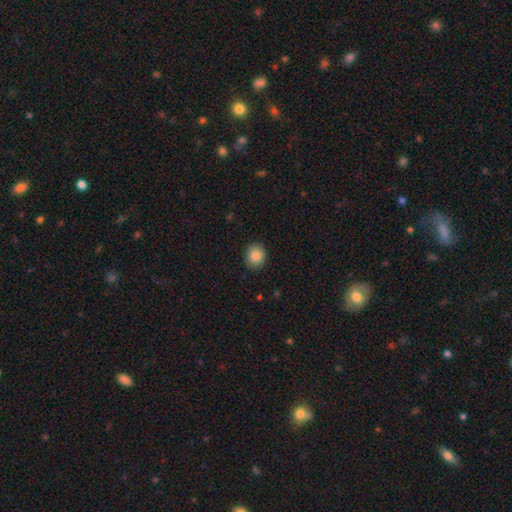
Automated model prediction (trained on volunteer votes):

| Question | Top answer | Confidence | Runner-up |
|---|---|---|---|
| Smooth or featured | smooth | 86% | star or artifact (9%) |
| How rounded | round | 74% | in between (25%) |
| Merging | none | 89% | minor disturbance (8%) |